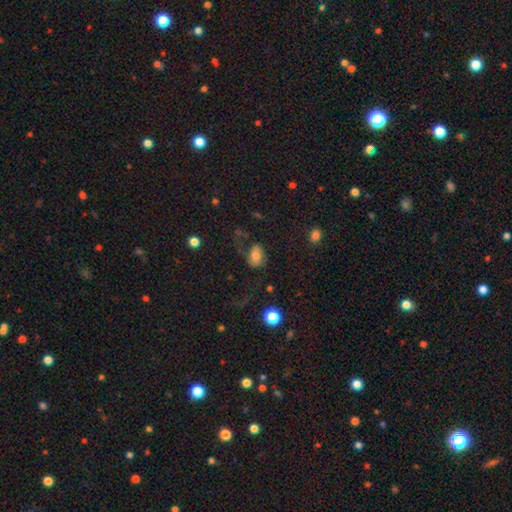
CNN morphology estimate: type=smooth (68%); roundness=in between (76%); merging=none (55%).